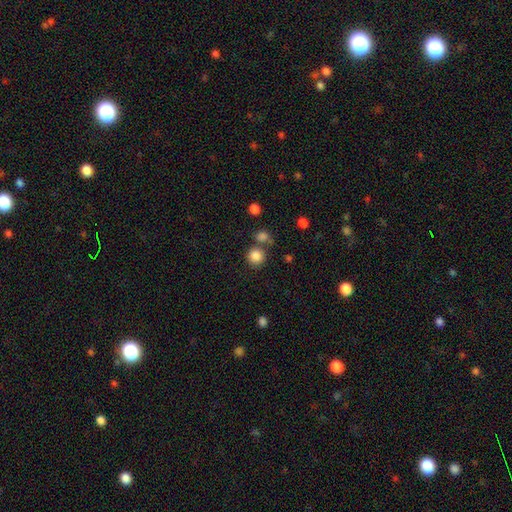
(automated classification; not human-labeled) This is clearly a smooth galaxy (85%). How rounded: clearly round (92%). Merging: likely none (72%).